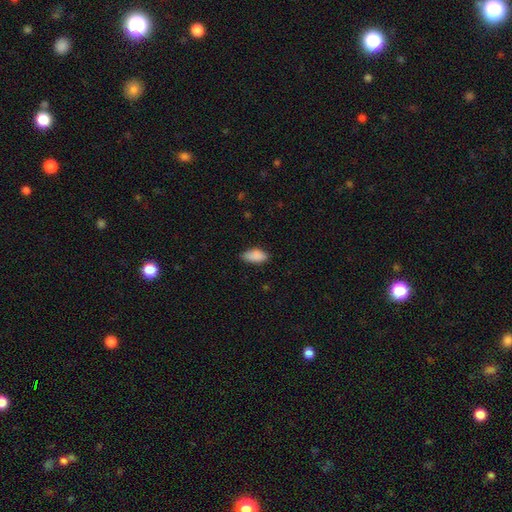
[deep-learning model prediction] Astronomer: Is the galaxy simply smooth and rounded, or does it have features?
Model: smooth — 88%.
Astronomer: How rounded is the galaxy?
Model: in between — 90%.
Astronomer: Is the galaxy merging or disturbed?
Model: none — 75%.